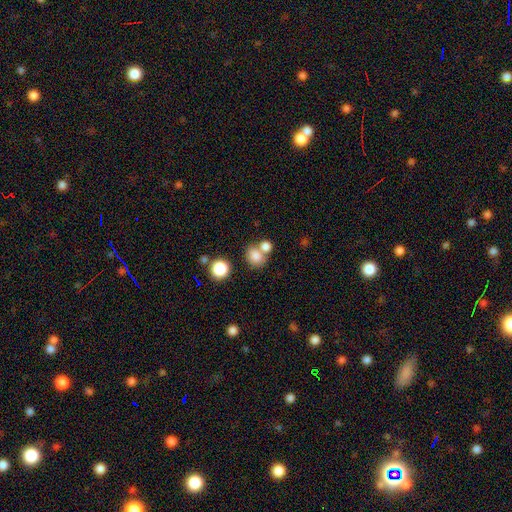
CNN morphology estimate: smooth 80%, star or artifact 12%, featured or disk 8%. Down the decision tree: how rounded — round (66%); merging — none (48%).